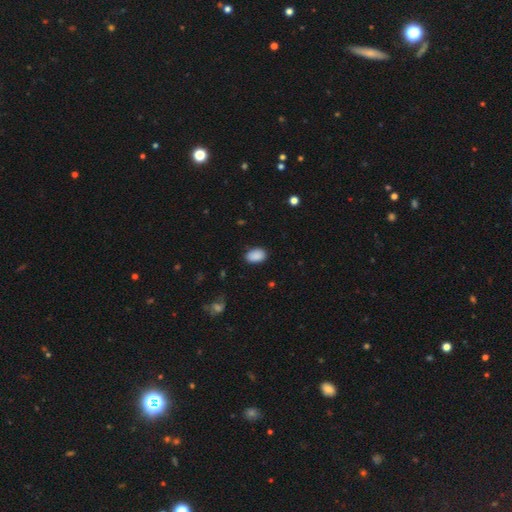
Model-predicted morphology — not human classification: smooth_or_featured: smooth (p=0.89) [alt: star or artifact p=0.07]
how_rounded: in between (p=0.90) [alt: round p=0.09]
merging: none (p=0.84) [alt: minor disturbance p=0.12]